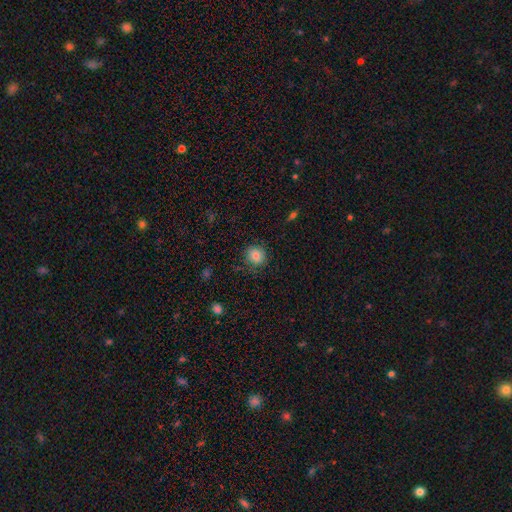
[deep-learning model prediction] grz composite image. It shows a smooth galaxy with no disk features (81%) that is round (87%). Merging: none (83%).